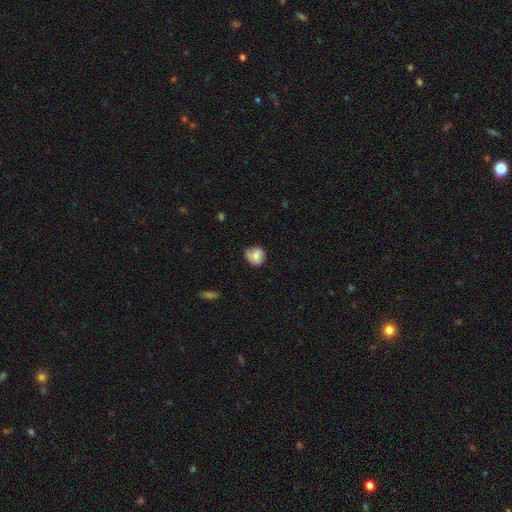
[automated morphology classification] A smooth galaxy with no disk features (72%) that is round (75%).

Vote fractions:
- Smooth or featured? smooth: 72% / featured or disk: 20% / star or artifact: 8%
- How rounded? round: 75% / in between: 24% / cigar-shaped: 1%
- Merging? none: 60% / minor disturbance: 32% / major disturbance: 6% / merger: 2%